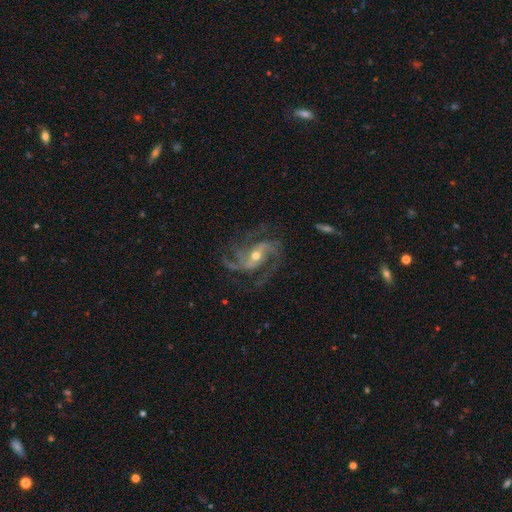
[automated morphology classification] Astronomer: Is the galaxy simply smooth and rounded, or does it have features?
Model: featured or disk — 91%.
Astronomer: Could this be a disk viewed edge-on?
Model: no — 97%.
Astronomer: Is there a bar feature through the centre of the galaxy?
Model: no — 39% (runner-up: weak, 36%).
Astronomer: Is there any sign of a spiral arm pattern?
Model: yes — 98%.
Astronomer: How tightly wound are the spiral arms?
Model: medium — 55%.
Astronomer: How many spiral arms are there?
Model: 3 — 42% (runner-up: 2, 25%).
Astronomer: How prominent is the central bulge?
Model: moderate — 51% (runner-up: small, 45%).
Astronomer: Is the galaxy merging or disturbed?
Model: none — 72%.